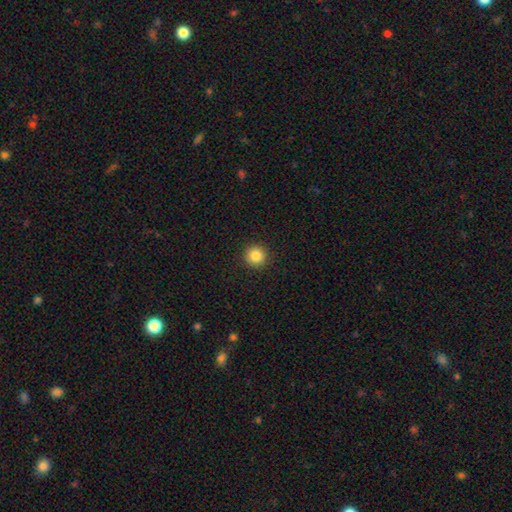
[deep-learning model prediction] smooth 85%, star or artifact 11%, featured or disk 4%. Down the decision tree: how rounded — round (95%); merging — none (93%).